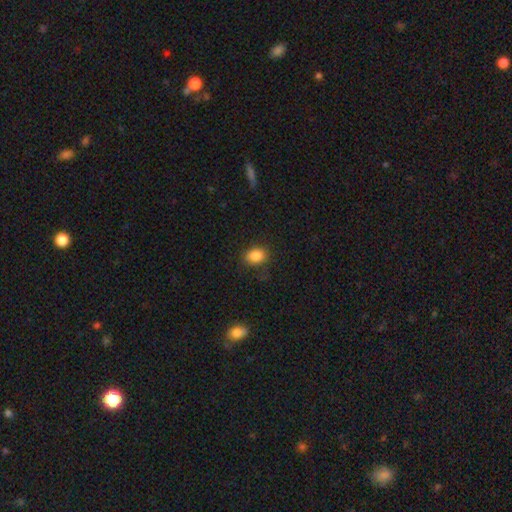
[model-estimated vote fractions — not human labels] This appears to be a smooth galaxy with no disk features (86%) that is in between round and cigar-shaped (62%). Merging: none (82%).